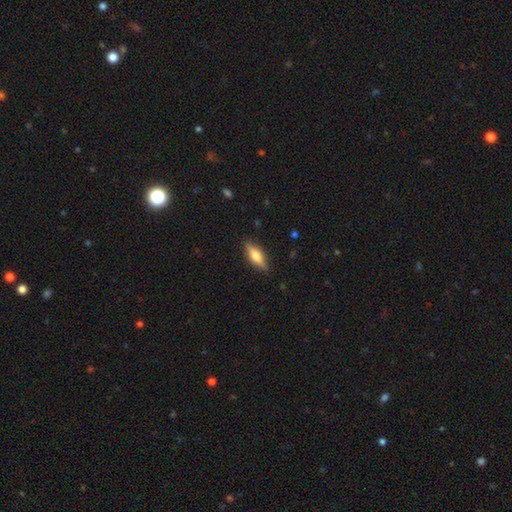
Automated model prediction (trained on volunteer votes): smooth-or-featured: smooth: 53% | featured or disk: 40% | star or artifact: 7%
  how-rounded: in between: 54% | cigar-shaped: 44% | round: 3%
  merging: none: 87% | minor disturbance: 10% | major disturbance: 2% | merger: 1%